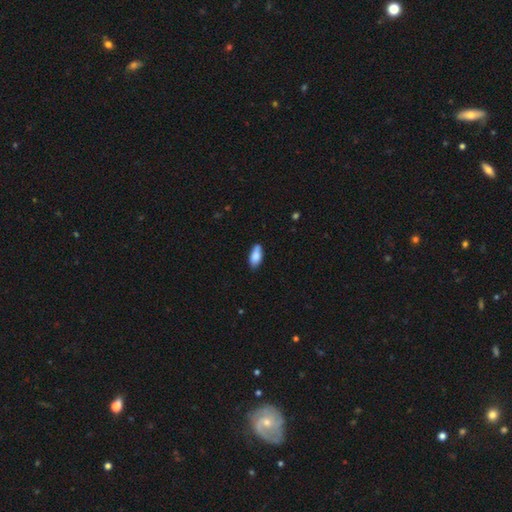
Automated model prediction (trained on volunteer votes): A smooth galaxy with no disk features (84%) that is in between round and cigar-shaped (85%). Merging: none (75%).